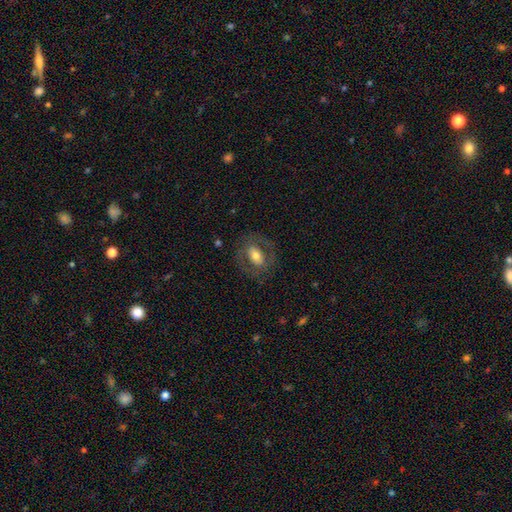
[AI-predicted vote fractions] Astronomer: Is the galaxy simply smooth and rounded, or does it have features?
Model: smooth — 47% (runner-up: featured or disk, 45%).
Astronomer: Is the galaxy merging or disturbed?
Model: none — 75%.